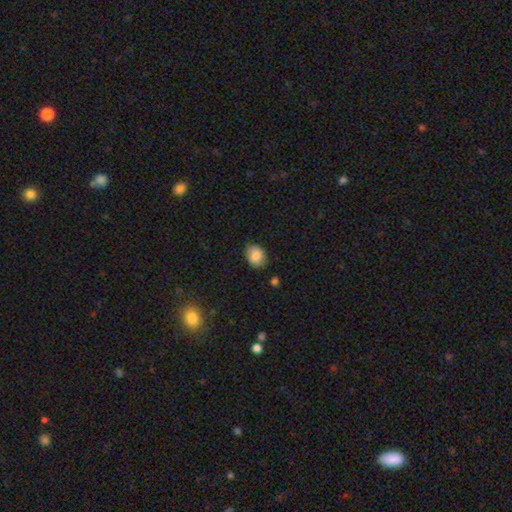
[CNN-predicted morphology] Smooth or featured: smooth — 84% (featured or disk — 8%)
How rounded: in between — 70% (round — 29%)
Merging: none — 82% (minor disturbance — 14%)